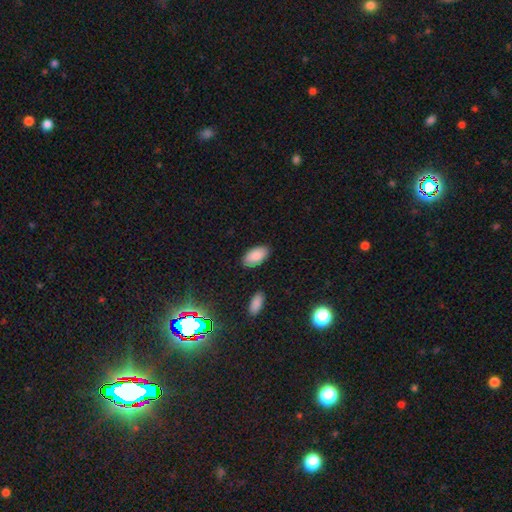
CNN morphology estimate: A smooth galaxy with no disk features (88%) that is in between round and cigar-shaped (95%).

Vote fractions:
- Smooth or featured? smooth: 88% / star or artifact: 7% / featured or disk: 5%
- How rounded? in between: 95% / cigar-shaped: 2% / round: 2%
- Merging? none: 86% / minor disturbance: 10% / major disturbance: 2% / merger: 2%